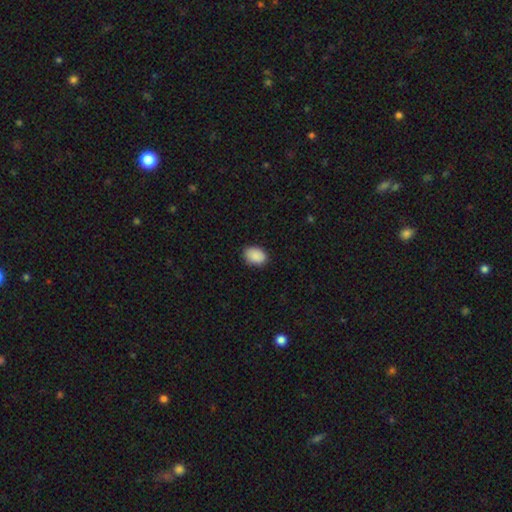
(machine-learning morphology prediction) Q: Smooth or featured?
A: smooth (90%); runner-up: star or artifact (7%)
Q: How rounded?
A: in between (81%); runner-up: round (18%)
Q: Merging?
A: none (87%); runner-up: minor disturbance (10%)